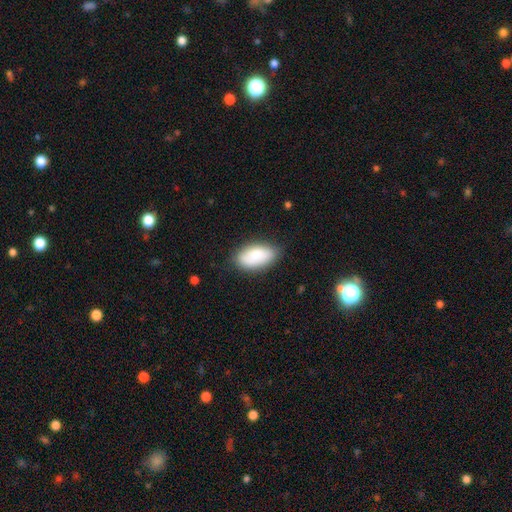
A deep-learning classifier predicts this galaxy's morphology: Smooth or featured?
  - smooth: 77% *
  - featured or disk: 17%
  - star or artifact: 7%
How rounded?
  - in between: 93% *
  - cigar-shaped: 4%
  - round: 3%
Merging?
  - none: 75% *
  - minor disturbance: 19%
  - major disturbance: 4%
  - merger: 2%